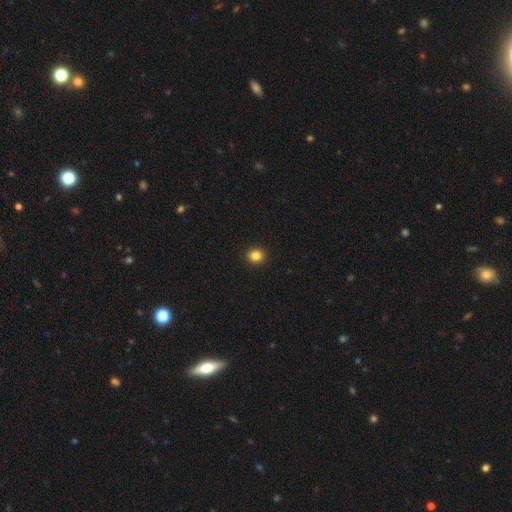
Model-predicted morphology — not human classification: This appears to be a smooth galaxy with no disk features (84%) that is round (83%). Merging: none (92%).